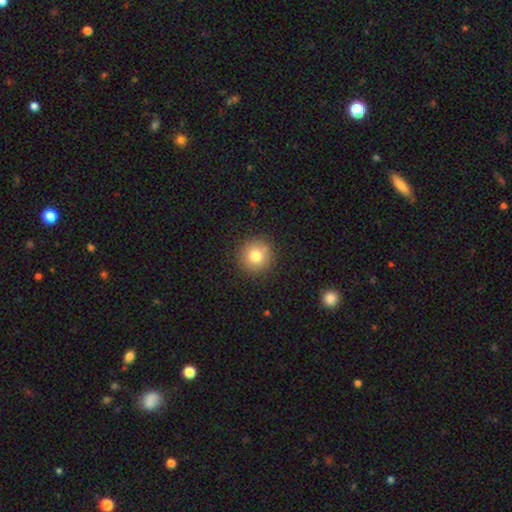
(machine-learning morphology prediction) Q: Smooth or featured?
A: smooth (79%); runner-up: star or artifact (11%)
Q: How rounded?
A: round (94%); runner-up: in between (5%)
Q: Merging?
A: none (89%); runner-up: minor disturbance (8%)